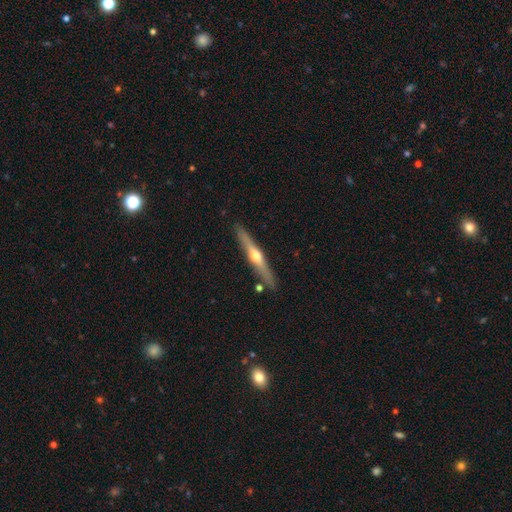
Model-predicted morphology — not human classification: Smooth or featured? featured or disk (69%)
Edge-on disk? yes (97%)
Edge-on bulge? rounded (92%)
Merging? none (88%)